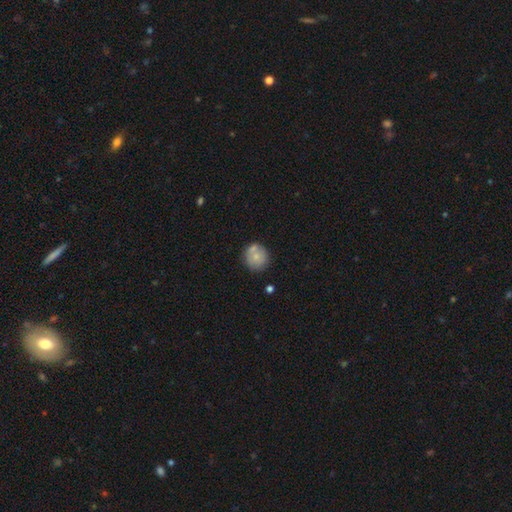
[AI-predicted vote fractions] Morphology: type=smooth (74%); roundness=round (90%); merging=none (65%).